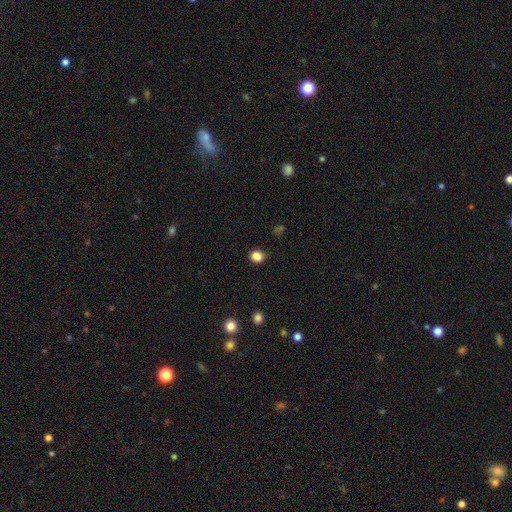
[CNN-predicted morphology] Smooth or featured? smooth (85%)
How rounded? round (82%)
Merging? none (90%)